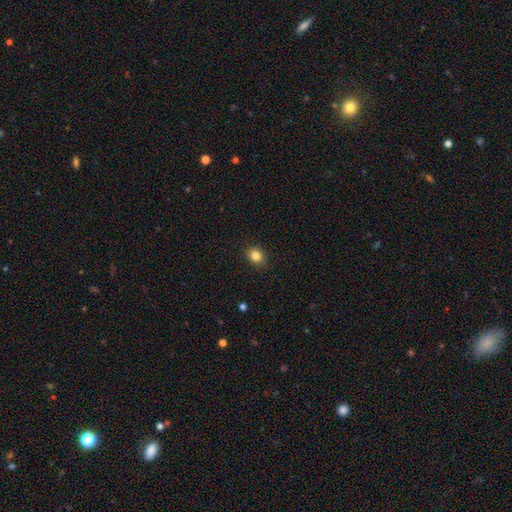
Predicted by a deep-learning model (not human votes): Morphology: type=smooth (83%); roundness=round (56%); merging=none (90%).